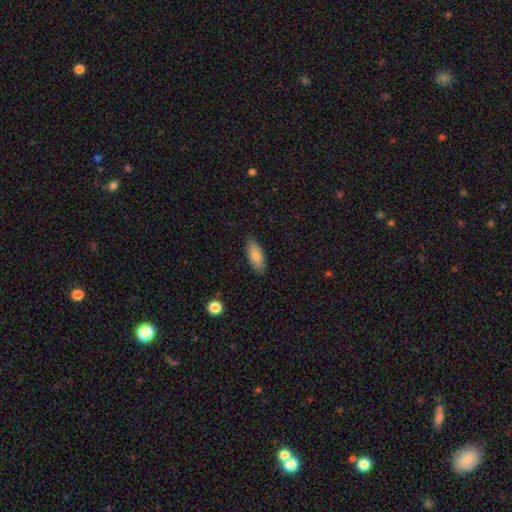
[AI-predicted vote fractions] A smooth galaxy with no disk features (84%) that is in between round and cigar-shaped (80%). Merging: none (87%).